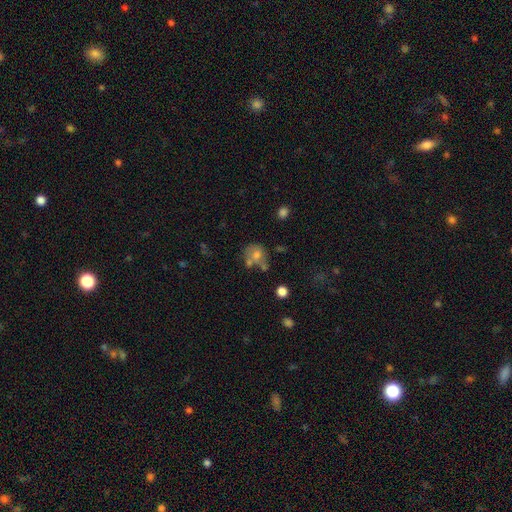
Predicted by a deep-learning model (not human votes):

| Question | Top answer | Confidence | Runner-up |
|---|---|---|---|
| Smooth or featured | smooth | 65% | featured or disk (23%) |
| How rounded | round | 67% | in between (32%) |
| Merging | none | 40% | merger (30%) |